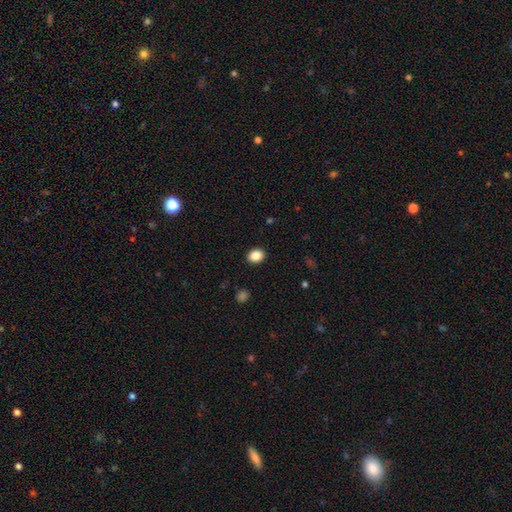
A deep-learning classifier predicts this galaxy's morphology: A smooth galaxy with no disk features (87%) that is in between round and cigar-shaped (52%).

Vote fractions:
- Smooth or featured? smooth: 87% / star or artifact: 9% / featured or disk: 4%
- How rounded? in between: 52% / round: 47% / cigar-shaped: 1%
- Merging? none: 90% / minor disturbance: 7% / major disturbance: 2% / merger: 1%